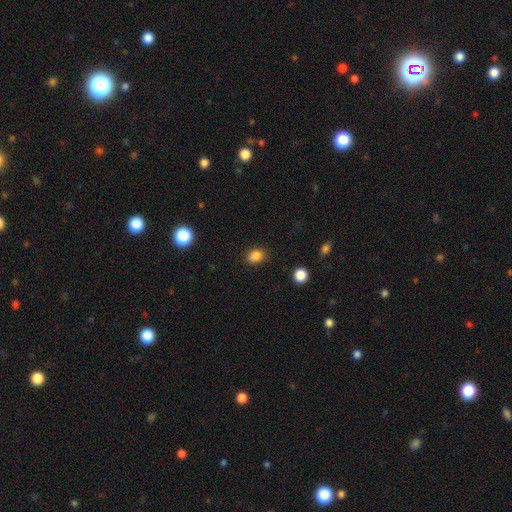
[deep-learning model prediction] Q: Smooth or featured?
A: smooth (85%); runner-up: star or artifact (11%)
Q: How rounded?
A: in between (54%); runner-up: round (45%)
Q: Merging?
A: none (83%); runner-up: minor disturbance (12%)